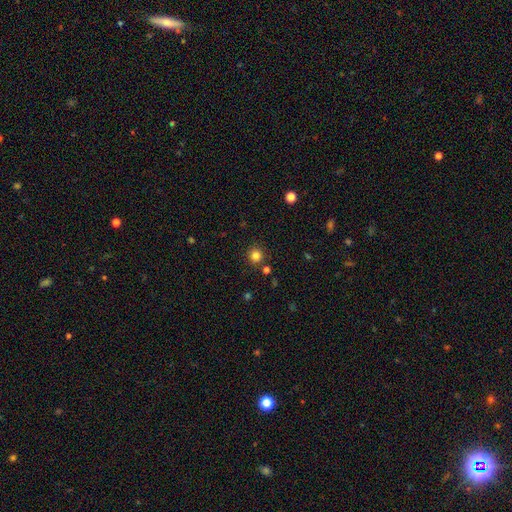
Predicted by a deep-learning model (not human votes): Q: Smooth or featured?
A: smooth (82%); runner-up: star or artifact (14%)
Q: How rounded?
A: round (94%); runner-up: in between (5%)
Q: Merging?
A: none (87%); runner-up: minor disturbance (6%)